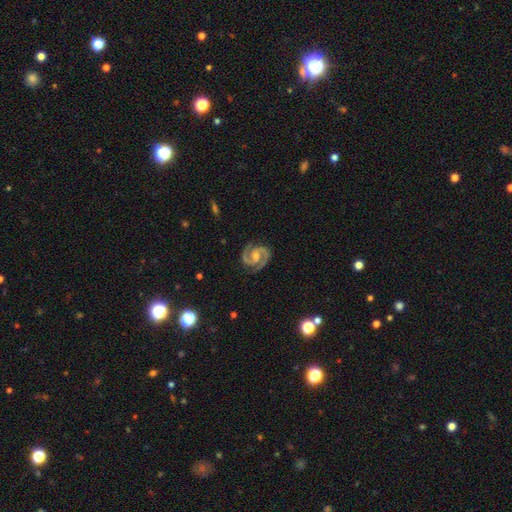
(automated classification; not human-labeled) smooth-or-featured: featured or disk: 93% | star or artifact: 4% | smooth: 3%
  disk-edge-on: no: 98% | yes: 2%
    bar: weak: 41% (tied) | no: 41% (tied) | strong: 18%
    has-spiral-arms: yes: 99% | no: 1%
      spiral-winding: medium: 50% | tight: 45% | loose: 6%
      spiral-arm-count: 2: 94% | 3: 2% | can't tell: 1% | 1: 1% | 4: 1% | more than 4: 1%
    bulge-size: moderate: 51% | small: 37% | none: 7% | large: 3% | dominant: 1%
  merging: none: 85% | minor disturbance: 11% | major disturbance: 3% | merger: 1%